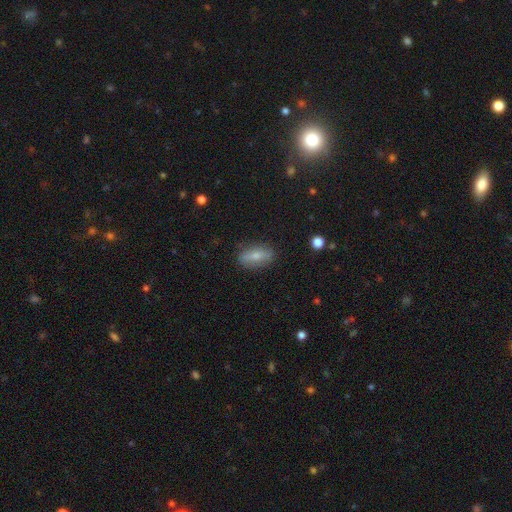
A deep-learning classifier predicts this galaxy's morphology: Q: Smooth or featured?
A: smooth (68%); runner-up: featured or disk (24%)
Q: How rounded?
A: in between (81%); runner-up: cigar-shaped (13%)
Q: Merging?
A: none (82%); runner-up: minor disturbance (13%)